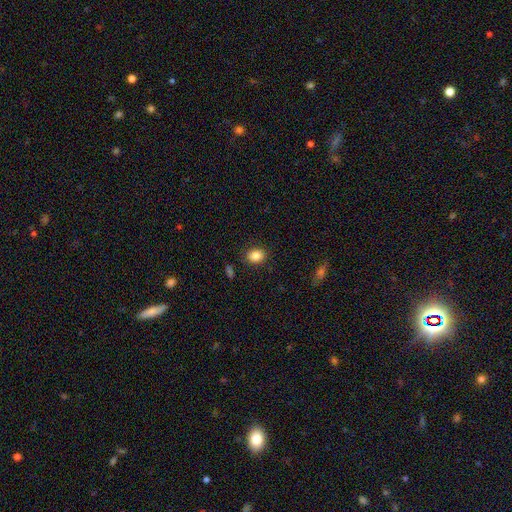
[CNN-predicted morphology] Q: Smooth or featured?
A: smooth (85%); runner-up: star or artifact (9%)
Q: How rounded?
A: round (53%); runner-up: in between (46%)
Q: Merging?
A: none (87%); runner-up: minor disturbance (9%)